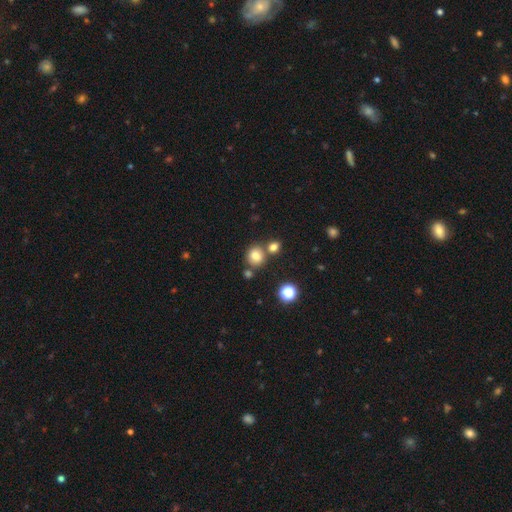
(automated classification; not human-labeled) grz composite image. It shows a smooth galaxy with no disk features (79%) that is round (77%). Merging: none (67%).